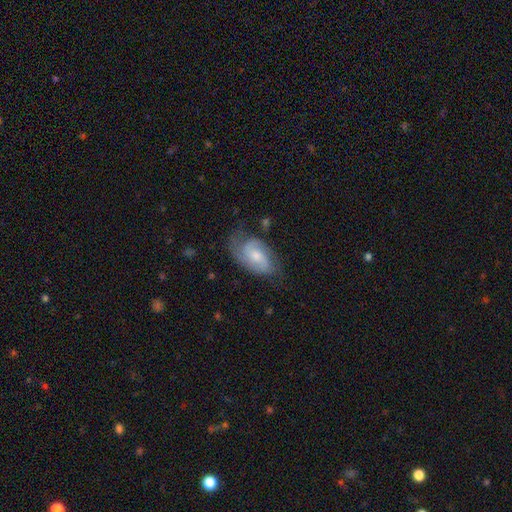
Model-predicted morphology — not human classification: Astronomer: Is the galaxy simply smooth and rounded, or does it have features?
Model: featured or disk — 74%.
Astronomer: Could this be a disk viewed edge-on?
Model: no — 96%.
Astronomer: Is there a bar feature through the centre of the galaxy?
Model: no — 57% (runner-up: weak, 37%).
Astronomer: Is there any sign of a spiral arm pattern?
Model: yes — 94%.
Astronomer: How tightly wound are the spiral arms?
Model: medium — 46% (runner-up: tight, 36%).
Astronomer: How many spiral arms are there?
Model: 2 — 65%.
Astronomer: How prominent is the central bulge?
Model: moderate — 50% (runner-up: small, 39%).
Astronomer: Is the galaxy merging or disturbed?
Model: none — 62%.